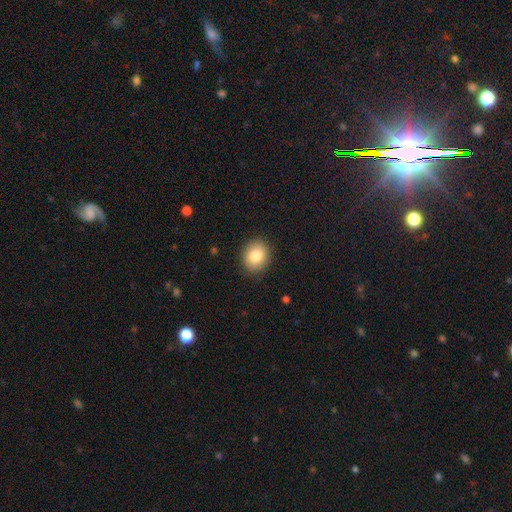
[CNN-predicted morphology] smooth-or-featured: smooth: 85% | star or artifact: 8% | featured or disk: 7%
  how-rounded: round: 63% | in between: 36% | cigar-shaped: 1%
  merging: none: 89% | minor disturbance: 8% | major disturbance: 2% | merger: 1%